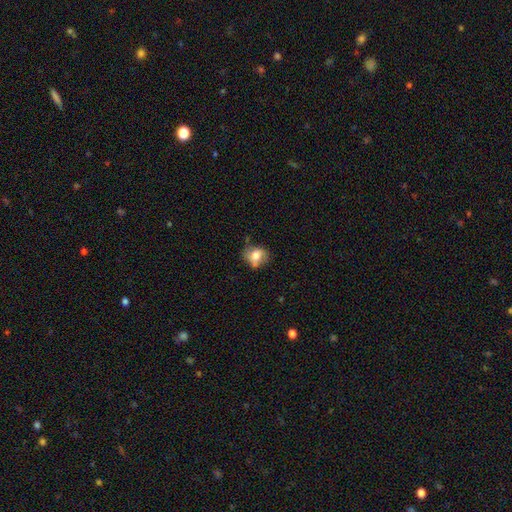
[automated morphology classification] This appears to be a smooth galaxy with no disk features (67%) that is round (54%). Merging: none (54%).